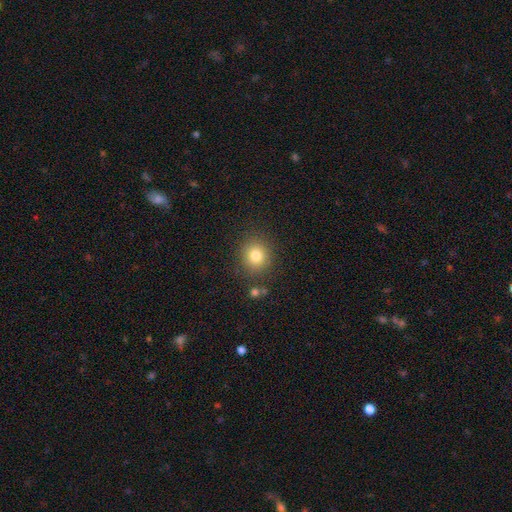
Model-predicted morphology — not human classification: smooth 80%, star or artifact 12%, featured or disk 8%. Down the decision tree: how rounded — round (86%); merging — none (84%).